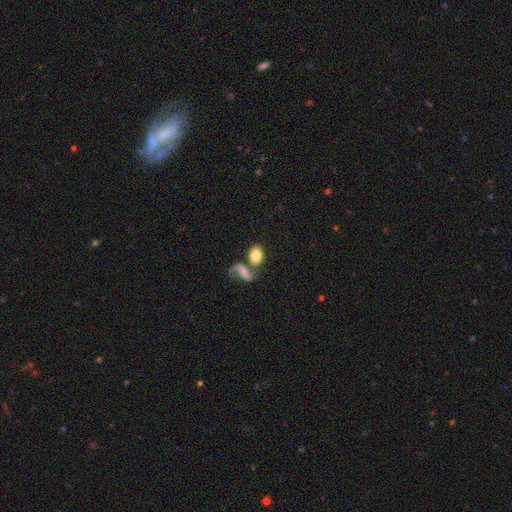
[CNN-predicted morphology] This is likely a smooth galaxy (72%). How rounded: likely in between (69%). Merging: marginally none (42%).